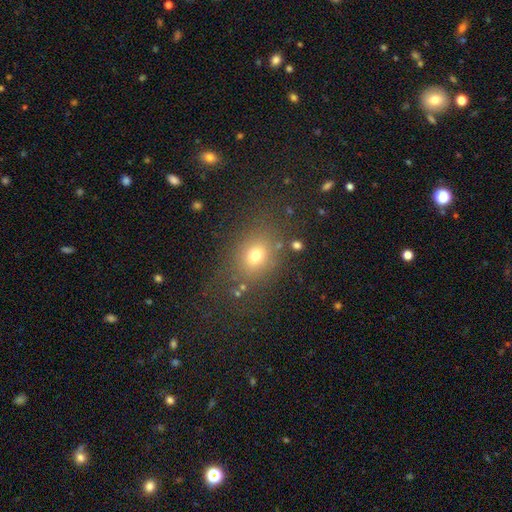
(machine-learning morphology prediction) Smooth or featured?
  - smooth: 72% *
  - star or artifact: 17%
  - featured or disk: 11%
How rounded?
  - round: 52% *
  - in between: 47%
  - cigar-shaped: 2%
Merging?
  - none: 76% *
  - minor disturbance: 12%
  - major disturbance: 8%
  - merger: 4%